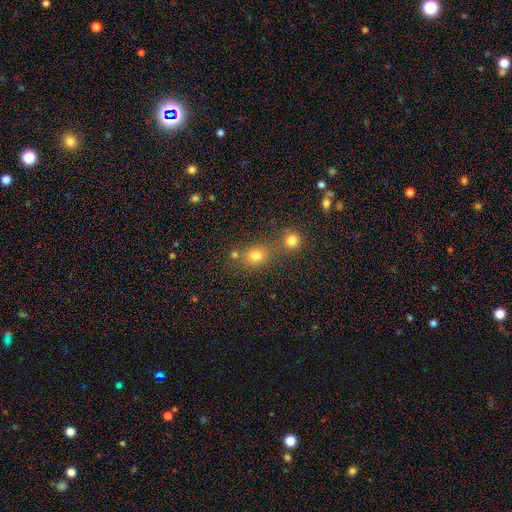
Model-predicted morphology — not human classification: Smooth or featured: smooth — 77% (star or artifact — 15%)
How rounded: round — 70% (in between — 28%)
Merging: none — 52% (merger — 34%)